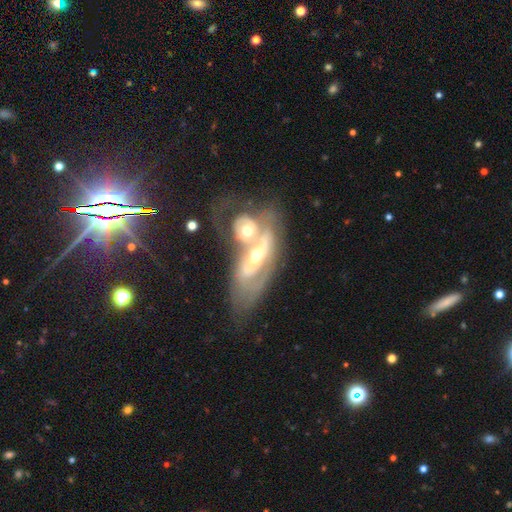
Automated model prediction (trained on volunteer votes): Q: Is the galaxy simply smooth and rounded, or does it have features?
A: featured or disk — 74%.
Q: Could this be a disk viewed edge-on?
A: no — 83%.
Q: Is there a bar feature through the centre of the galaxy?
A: no — 49%.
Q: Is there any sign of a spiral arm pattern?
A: yes — 65%.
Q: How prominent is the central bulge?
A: moderate — 59%.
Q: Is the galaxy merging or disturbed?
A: merger — 72%.